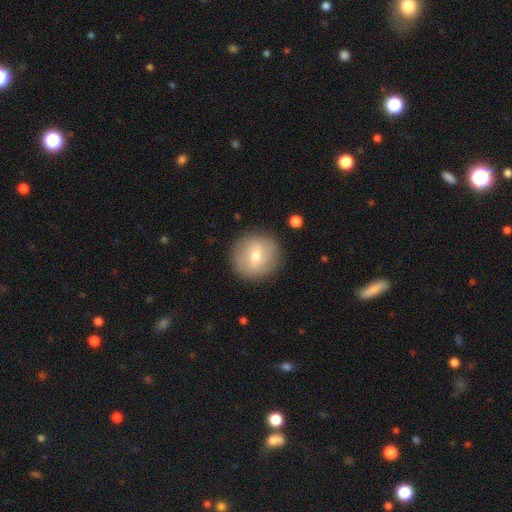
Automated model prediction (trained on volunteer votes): Q: Smooth or featured?
A: smooth (57%); runner-up: featured or disk (35%)
Q: How rounded?
A: round (92%); runner-up: in between (7%)
Q: Merging?
A: none (86%); runner-up: minor disturbance (9%)